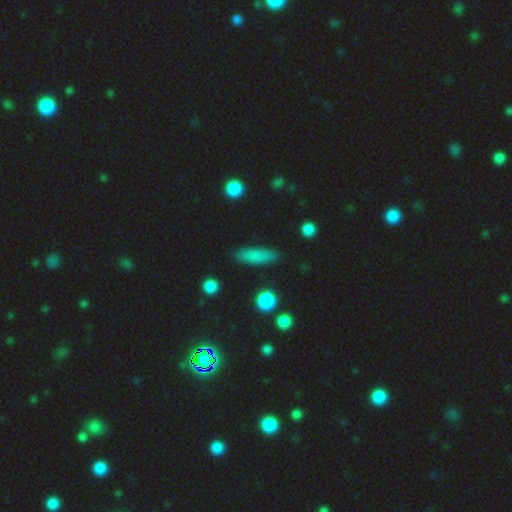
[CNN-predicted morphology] Overall: smooth (79%). How rounded: cigar-shaped (63%; in between 33%). Merging: none (85%).